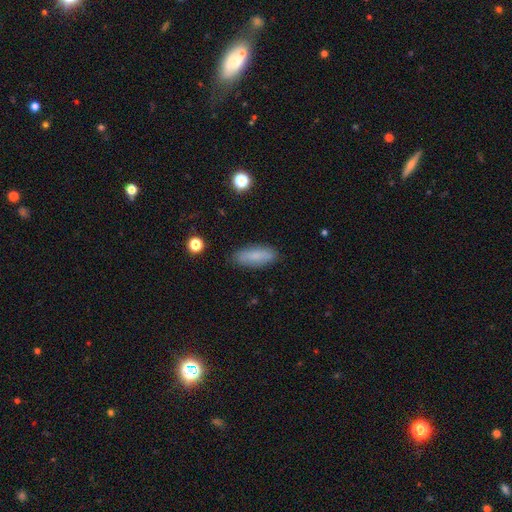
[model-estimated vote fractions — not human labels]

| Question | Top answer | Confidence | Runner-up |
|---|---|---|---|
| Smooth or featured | smooth | 81% | featured or disk (12%) |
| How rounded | in between | 62% | cigar-shaped (36%) |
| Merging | none | 87% | minor disturbance (10%) |